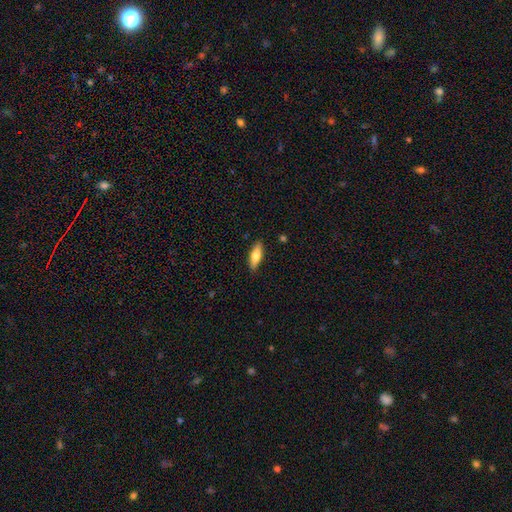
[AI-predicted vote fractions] smooth_or_featured: smooth (p=0.67) [alt: featured or disk p=0.27]
how_rounded: in between (p=0.54) [alt: cigar-shaped p=0.44]
merging: none (p=0.88) [alt: minor disturbance p=0.09]